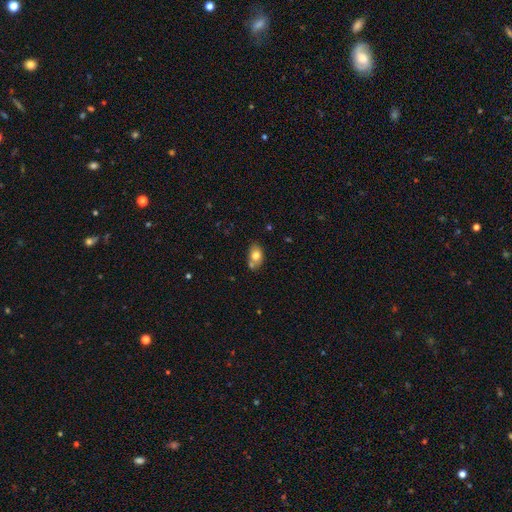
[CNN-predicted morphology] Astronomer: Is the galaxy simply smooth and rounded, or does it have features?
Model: smooth — 76%.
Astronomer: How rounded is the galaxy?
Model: in between — 84%.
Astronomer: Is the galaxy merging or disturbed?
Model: none — 59%.